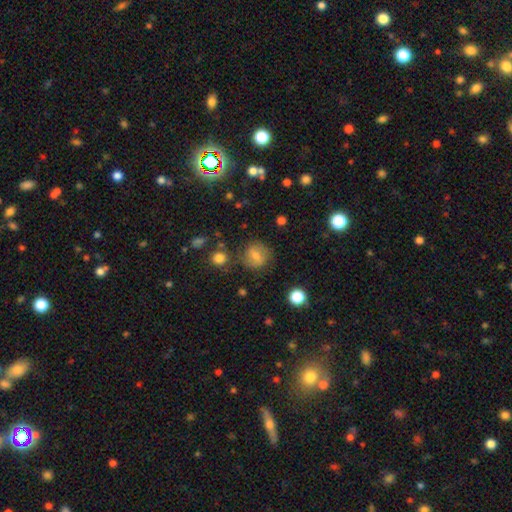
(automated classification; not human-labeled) The model was most divided on "smooth or featured": smooth: 56%, featured or disk: 26%, star or artifact: 18%. More confident: how rounded — round (79%); merging — none (78%).